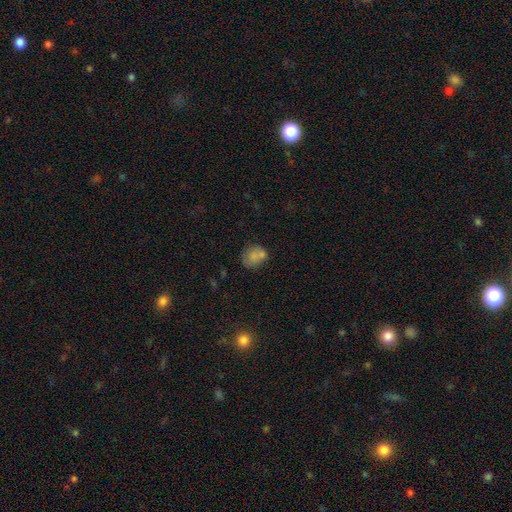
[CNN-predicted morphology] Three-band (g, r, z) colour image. It shows a smooth galaxy with no disk features (75%) that is round (66%). Merging: none (48%).